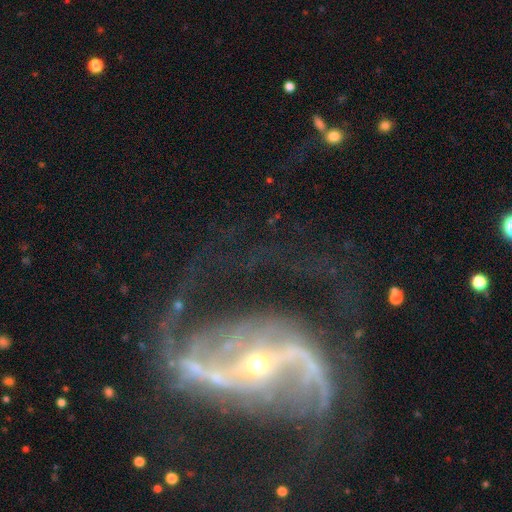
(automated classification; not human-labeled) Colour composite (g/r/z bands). It shows a featured or disk galaxy (90%) with a strong bar (57%), 2 (85%) loose (58%) spiral arms (96%) and a small central bulge (75%). Merging: none (58%).